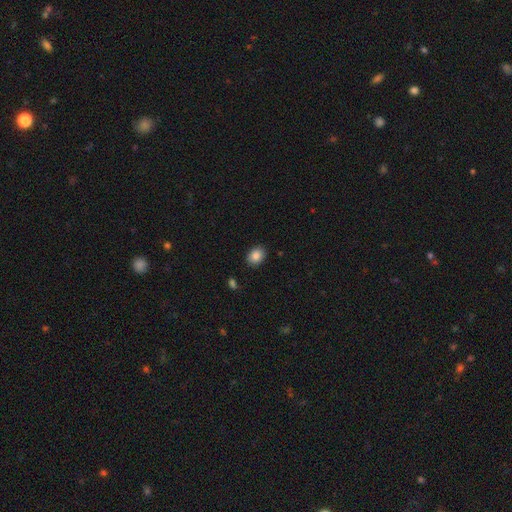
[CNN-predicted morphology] This is clearly a smooth galaxy (86%). How rounded: likely in between (62%). Merging: clearly none (89%).